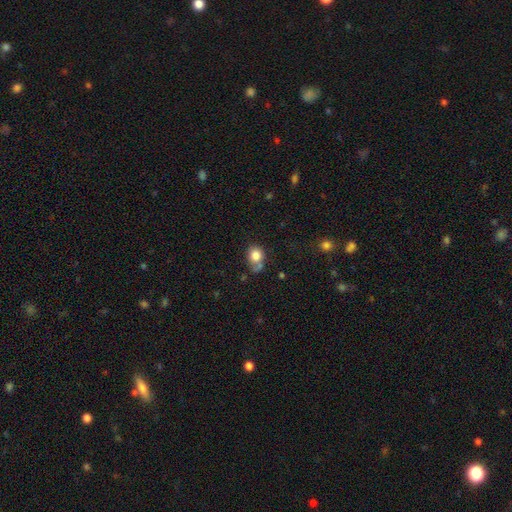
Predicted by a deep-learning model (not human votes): Smooth or featured: smooth — 81% (star or artifact — 9%)
How rounded: round — 60% (in between — 39%)
Merging: none — 48% (minor disturbance — 24%)